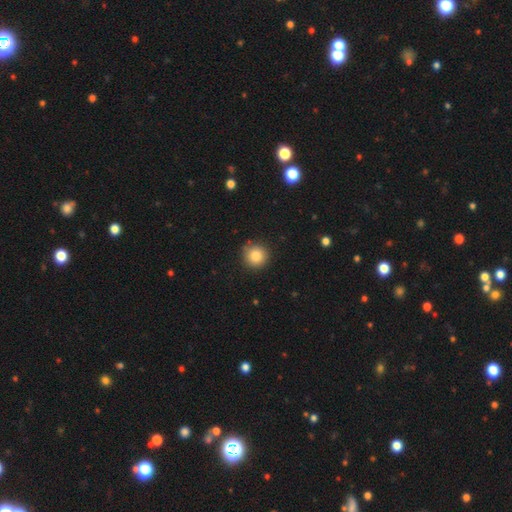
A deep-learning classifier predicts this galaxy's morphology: Smooth or featured? Predicted: smooth (p=0.83). How rounded? Predicted: round (p=0.94). Merging? Predicted: none (p=0.86).